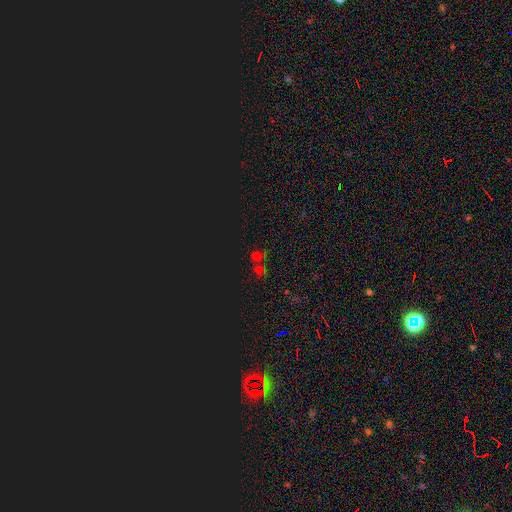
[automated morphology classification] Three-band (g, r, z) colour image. It shows a star or artifact, not a galaxy (59%).